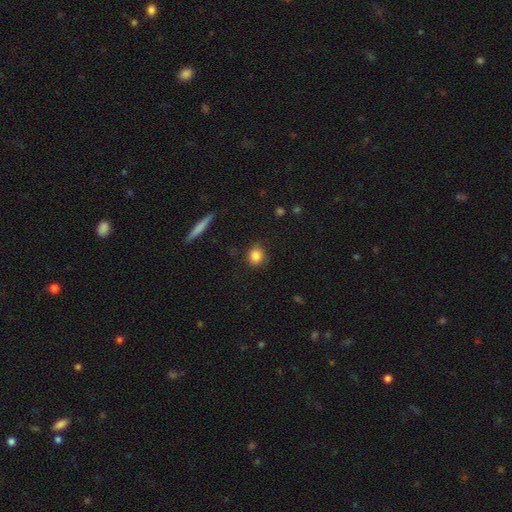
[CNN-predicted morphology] A smooth galaxy with no disk features (85%) that is round (78%).

Vote fractions:
- Smooth or featured? smooth: 85% / star or artifact: 9% / featured or disk: 6%
- How rounded? round: 78% / in between: 20% / cigar-shaped: 2%
- Merging? none: 80% / minor disturbance: 14% / major disturbance: 4% / merger: 2%